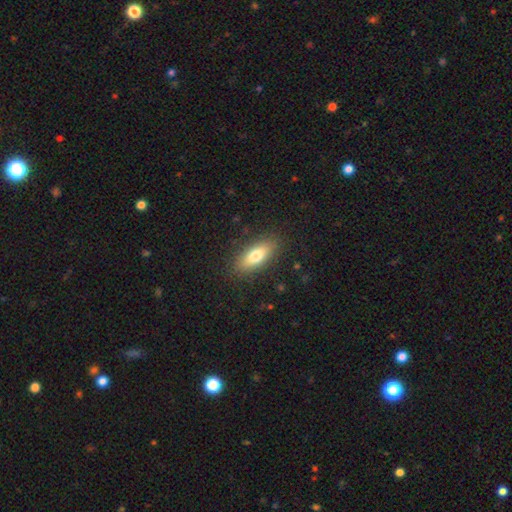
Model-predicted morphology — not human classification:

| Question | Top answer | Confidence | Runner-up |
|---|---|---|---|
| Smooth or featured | smooth | 73% | featured or disk (20%) |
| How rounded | in between | 71% | cigar-shaped (26%) |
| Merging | none | 87% | minor disturbance (9%) |